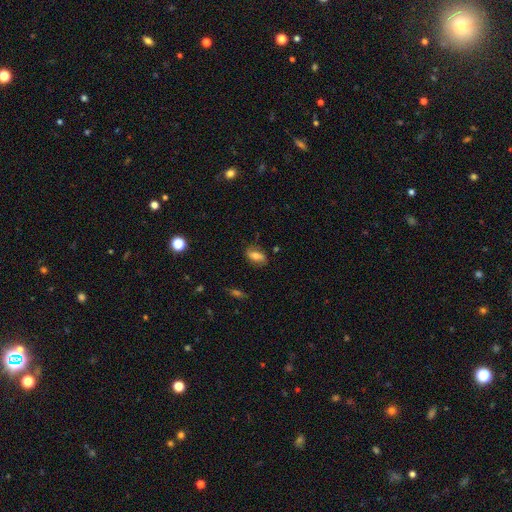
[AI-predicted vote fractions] Q: Smooth or featured?
A: smooth (56%); runner-up: featured or disk (35%)
Q: How rounded?
A: in between (82%); runner-up: cigar-shaped (10%)
Q: Merging?
A: none (74%); runner-up: minor disturbance (19%)